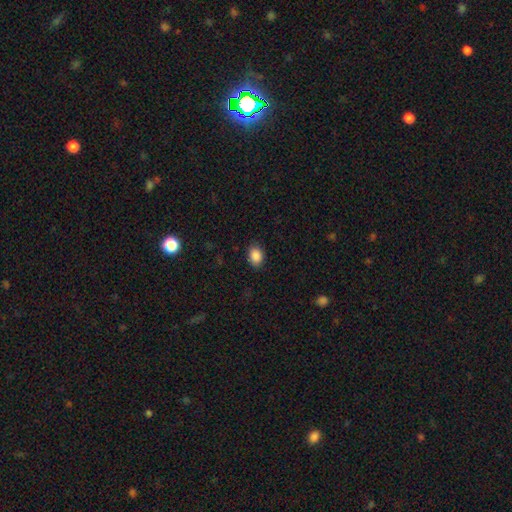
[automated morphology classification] Q: Smooth or featured?
A: smooth (88%); runner-up: star or artifact (9%)
Q: How rounded?
A: in between (68%); runner-up: round (31%)
Q: Merging?
A: none (86%); runner-up: minor disturbance (10%)